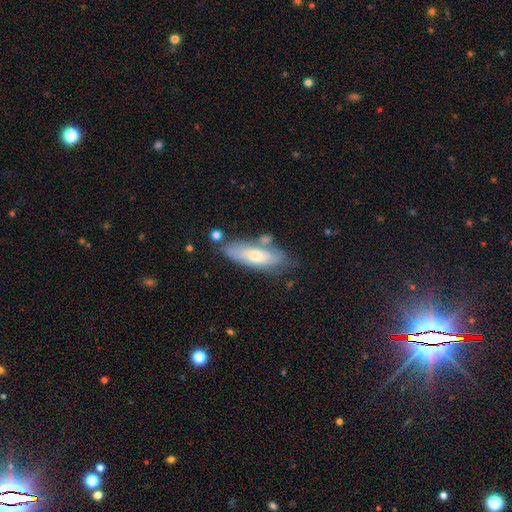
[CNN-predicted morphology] Smooth or featured: smooth — 53% (featured or disk — 40%)
How rounded: in between — 59% (cigar-shaped — 39%)
Merging: none — 64% (minor disturbance — 20%)